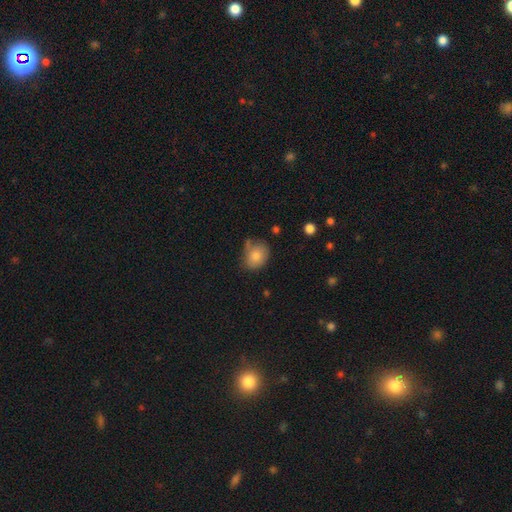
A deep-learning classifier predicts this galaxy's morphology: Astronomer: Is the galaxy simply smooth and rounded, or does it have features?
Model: smooth — 82%.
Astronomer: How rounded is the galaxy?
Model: in between — 52% (runner-up: round, 47%).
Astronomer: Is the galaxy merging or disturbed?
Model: none — 57%.